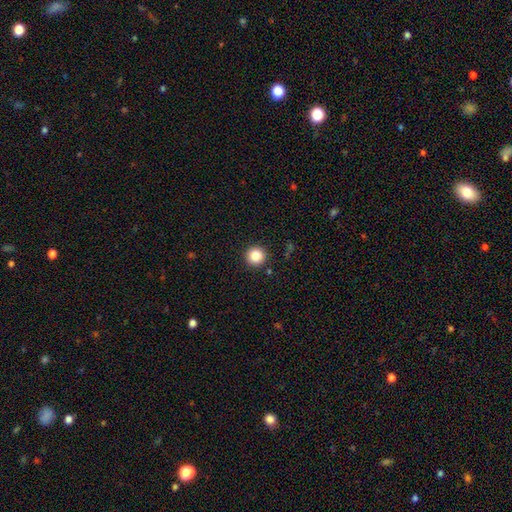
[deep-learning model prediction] Smooth or featured: smooth — 85% (star or artifact — 10%)
How rounded: round — 96% (in between — 3%)
Merging: none — 92% (minor disturbance — 5%)